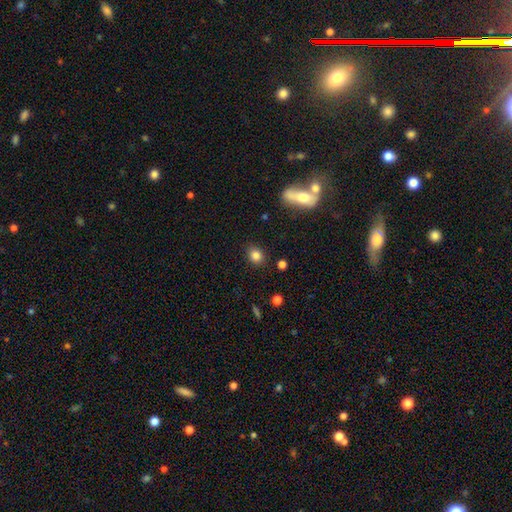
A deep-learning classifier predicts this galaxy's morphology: This appears to be a smooth galaxy with no disk features (83%) that is round (58%). Merging: none (86%).